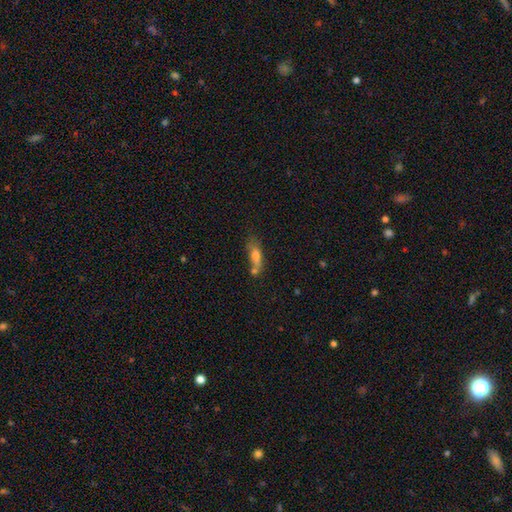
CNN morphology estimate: A smooth galaxy with no disk features (66%) that is in between round and cigar-shaped (55%).

Vote fractions:
- Smooth or featured? smooth: 66% / featured or disk: 24% / star or artifact: 10%
- How rounded? in between: 55% / cigar-shaped: 39% / round: 6%
- Merging? none: 39% / merger: 27% / minor disturbance: 22% / major disturbance: 12%